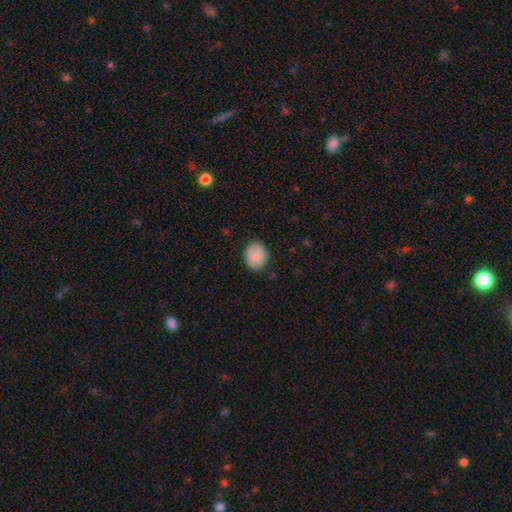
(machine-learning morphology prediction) Smooth or featured? smooth (86%)
How rounded? round (63%)
Merging? none (83%)